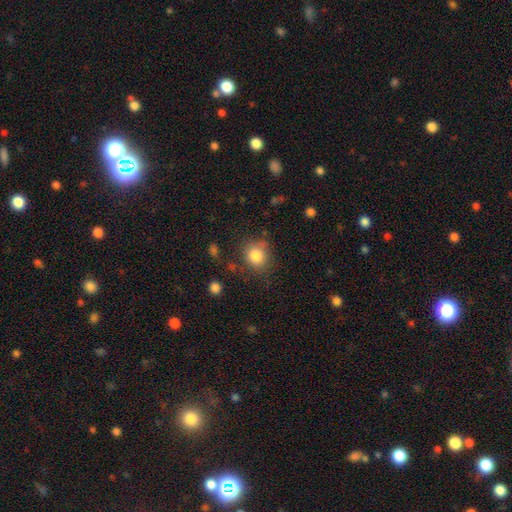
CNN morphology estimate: Q: Smooth or featured?
A: smooth (83%); runner-up: star or artifact (10%)
Q: How rounded?
A: round (79%); runner-up: in between (20%)
Q: Merging?
A: none (74%); runner-up: minor disturbance (17%)